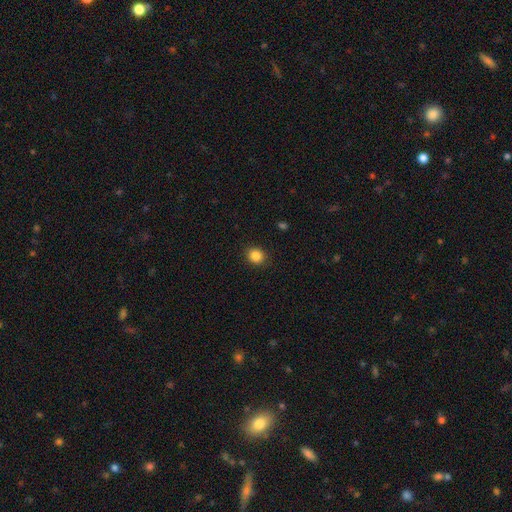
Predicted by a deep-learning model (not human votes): This is clearly a smooth galaxy (86%). How rounded: likely round (78%). Merging: clearly none (89%).